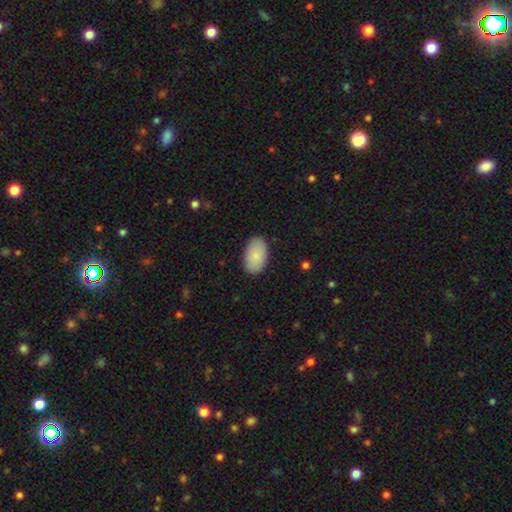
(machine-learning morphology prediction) type=smooth (86%); roundness=in between (94%); merging=none (87%).